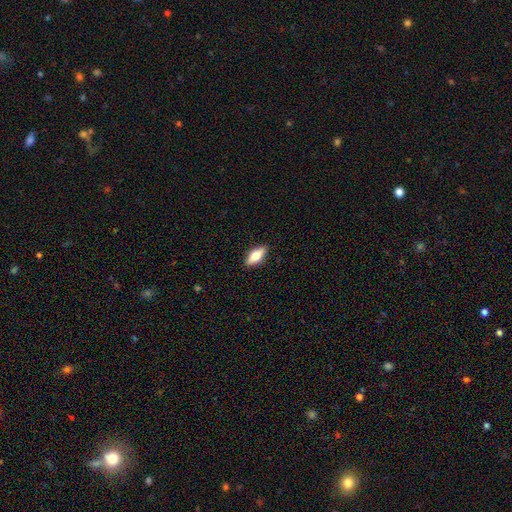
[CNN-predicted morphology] smooth-or-featured: smooth: 64% | featured or disk: 30% | star or artifact: 7%
  how-rounded: in between: 76% | cigar-shaped: 21% | round: 3%
  merging: none: 89% | minor disturbance: 8% | major disturbance: 2% | merger: 1%